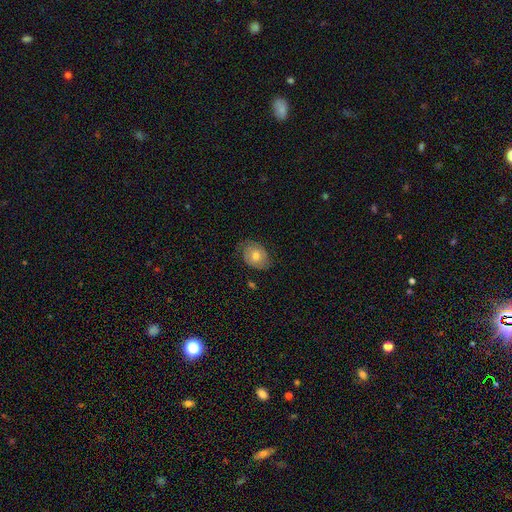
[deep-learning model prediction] Morphology: type=featured or disk (46%, tied with smooth); merging=none (68%).